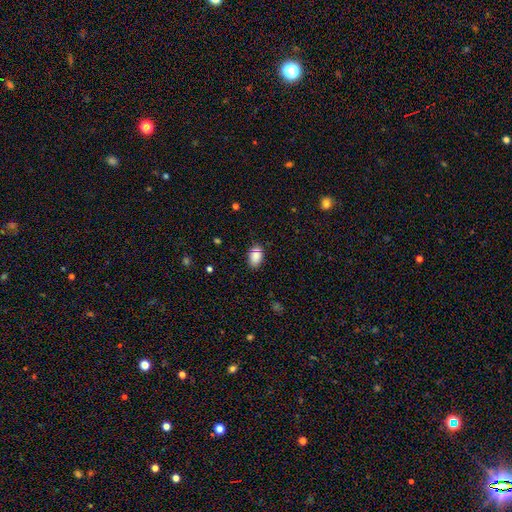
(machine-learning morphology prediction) This is clearly a smooth galaxy (85%). How rounded: clearly in between (87%). Merging: clearly none (81%).